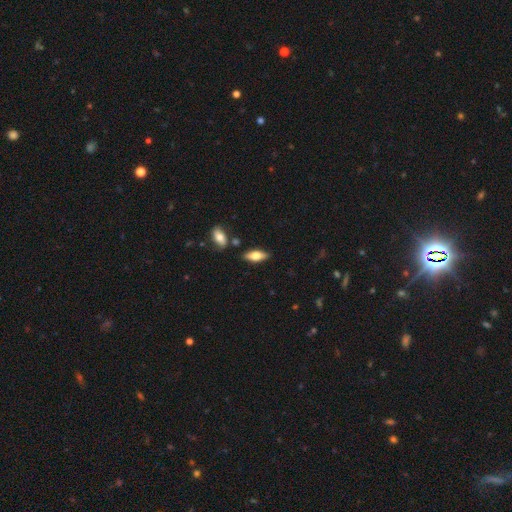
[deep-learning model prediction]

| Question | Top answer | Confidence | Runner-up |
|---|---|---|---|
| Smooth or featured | smooth | 66% | featured or disk (28%) |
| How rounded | in between | 74% | cigar-shaped (23%) |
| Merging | none | 81% | minor disturbance (11%) |